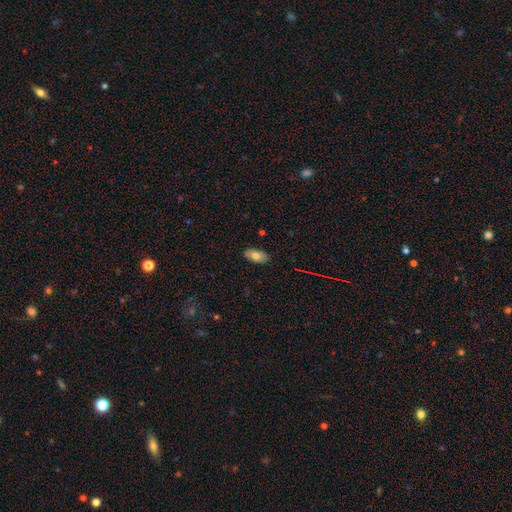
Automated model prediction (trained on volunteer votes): Q: Smooth or featured?
A: smooth (72%); runner-up: featured or disk (20%)
Q: How rounded?
A: in between (93%); runner-up: round (3%)
Q: Merging?
A: none (86%); runner-up: minor disturbance (11%)